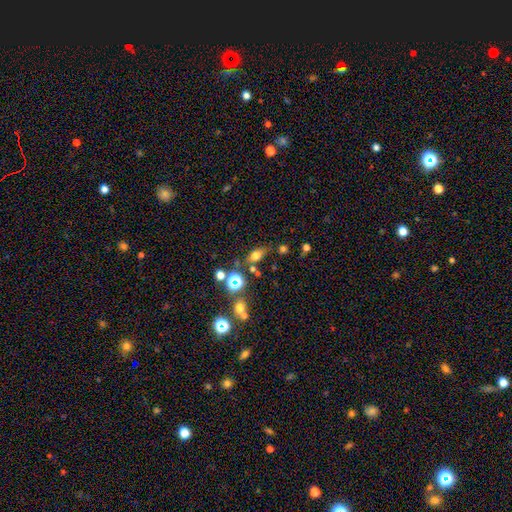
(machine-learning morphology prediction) The model was most divided on "smooth or featured": smooth: 68%, star or artifact: 19%, featured or disk: 12%. More confident: how rounded — in between (73%); merging — none (68%).